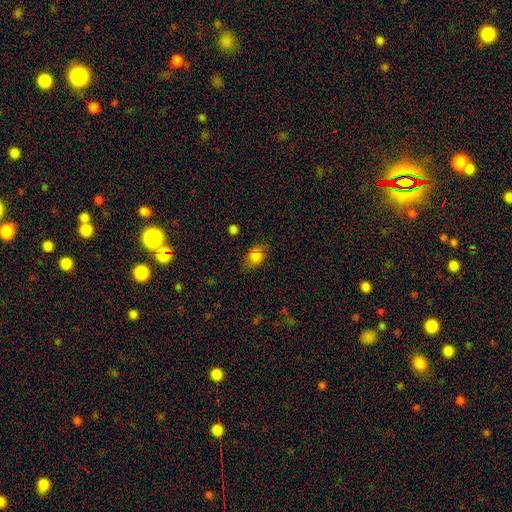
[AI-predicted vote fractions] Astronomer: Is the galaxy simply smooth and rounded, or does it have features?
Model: smooth — 81%.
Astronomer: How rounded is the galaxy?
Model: in between — 65%.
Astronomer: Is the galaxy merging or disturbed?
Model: none — 75%.